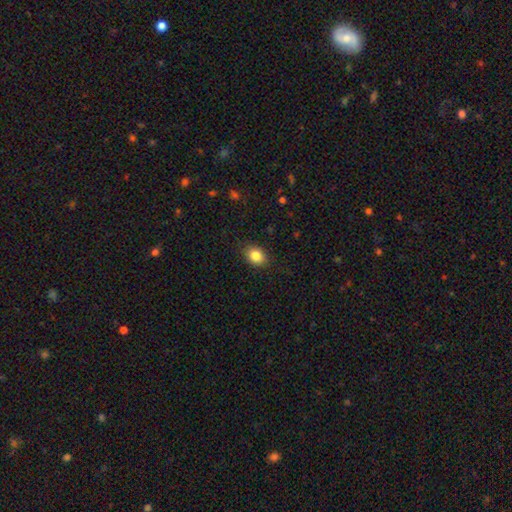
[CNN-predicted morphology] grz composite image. It shows a smooth galaxy with no disk features (85%) that is in between round and cigar-shaped (58%). Merging: none (88%).